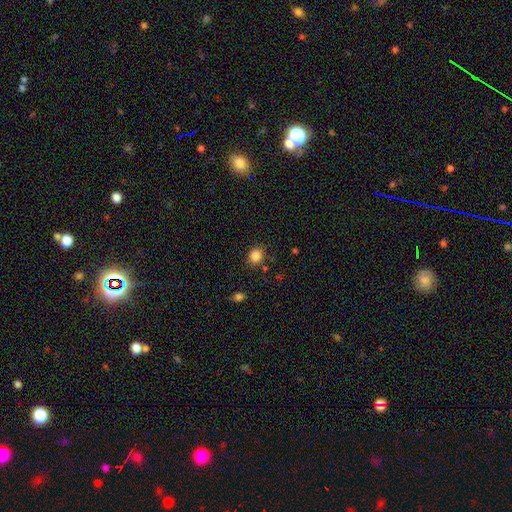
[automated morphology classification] smooth-or-featured: smooth: 85% | star or artifact: 11% | featured or disk: 4%
  how-rounded: round: 72% | in between: 28% | cigar-shaped: 1%
  merging: none: 81% | minor disturbance: 12% | merger: 3% | major disturbance: 3%